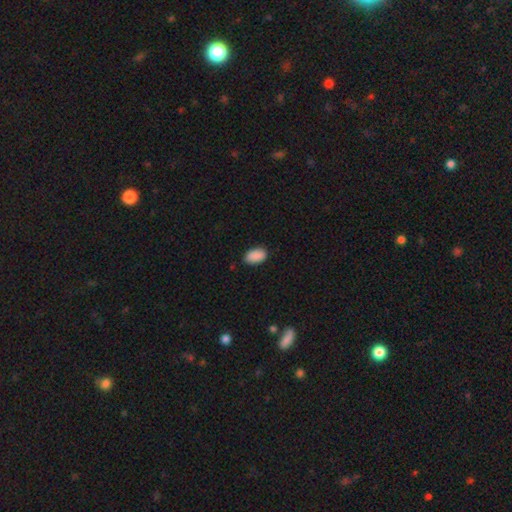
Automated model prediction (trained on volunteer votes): Smooth or featured? smooth (90%)
How rounded? in between (93%)
Merging? none (83%)